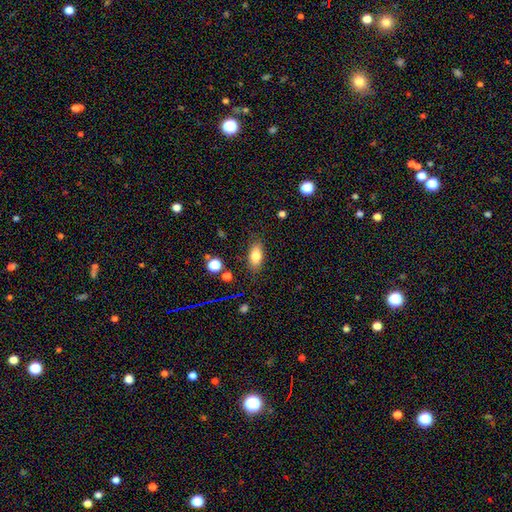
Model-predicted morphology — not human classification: smooth_or_featured: smooth (p=0.80) [alt: featured or disk p=0.11]
how_rounded: in between (p=0.84) [alt: cigar-shaped p=0.11]
merging: none (p=0.82) [alt: minor disturbance p=0.12]